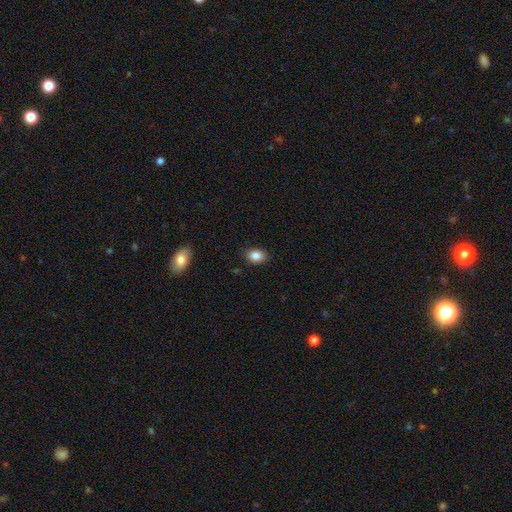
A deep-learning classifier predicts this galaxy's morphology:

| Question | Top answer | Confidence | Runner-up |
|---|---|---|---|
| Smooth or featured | smooth | 85% | star or artifact (9%) |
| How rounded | in between | 62% | round (37%) |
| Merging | none | 87% | minor disturbance (10%) |